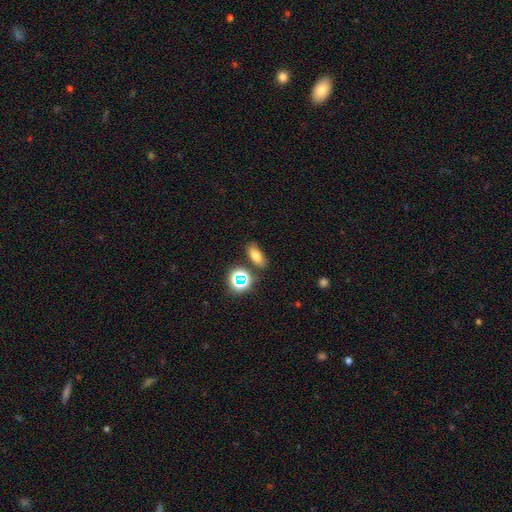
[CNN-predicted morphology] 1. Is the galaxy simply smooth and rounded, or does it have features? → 70% smooth, 19% star or artifact, 12% featured or disk.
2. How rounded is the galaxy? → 79% in between, 11% round, 10% cigar-shaped.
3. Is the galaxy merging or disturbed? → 78% none, 12% minor disturbance, 7% merger, 3% major disturbance.